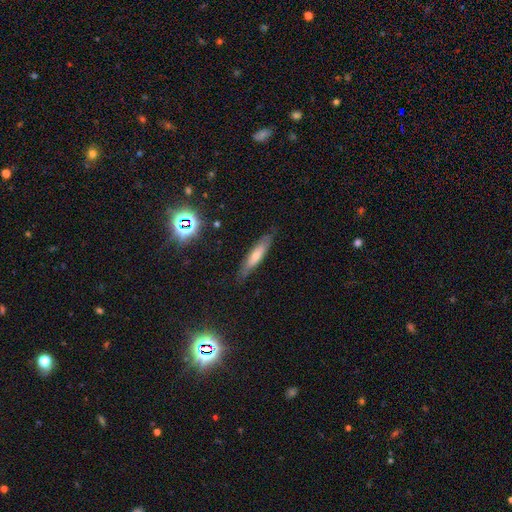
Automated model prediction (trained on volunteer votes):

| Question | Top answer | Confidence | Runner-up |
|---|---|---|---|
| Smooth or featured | smooth | 50% | featured or disk (39%) |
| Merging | none | 83% | minor disturbance (13%) |